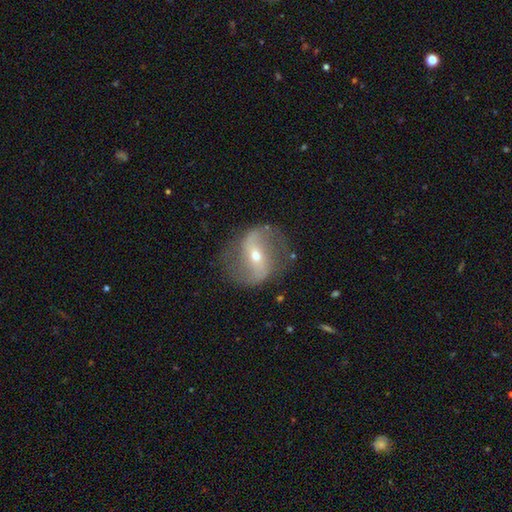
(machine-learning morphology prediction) featured or disk 84%, smooth 9%, star or artifact 7%. Down the decision tree: edge-on disk — no (96%); bar — strong (43%); spiral arms — yes (91%); spiral arm count — 2 (91%); spiral winding — loose (61%); bulge size — small (50%); merging — none (78%).